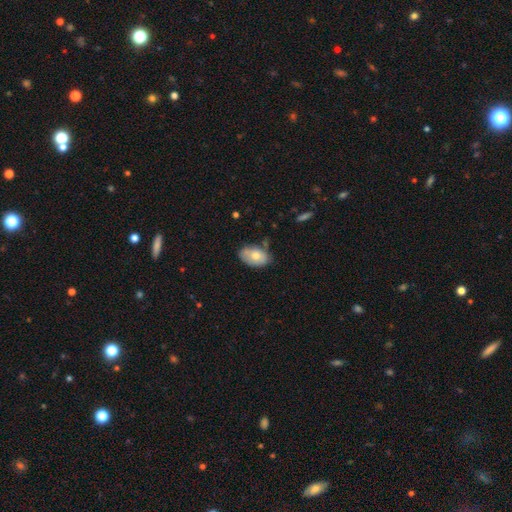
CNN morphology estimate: A smooth galaxy with no disk features (69%) that is in between round and cigar-shaped (90%). Merging: none (65%).